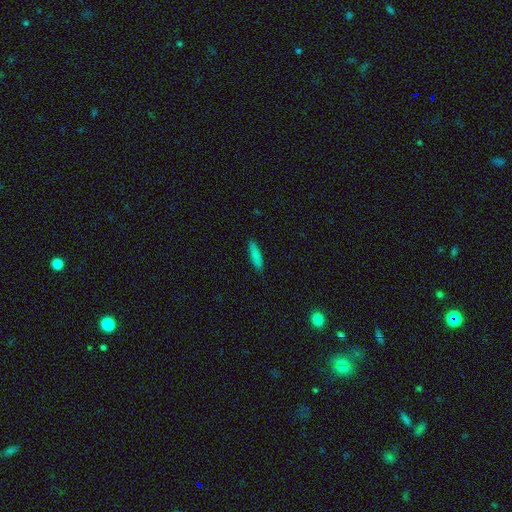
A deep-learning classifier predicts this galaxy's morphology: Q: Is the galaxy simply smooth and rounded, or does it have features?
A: smooth — 84%.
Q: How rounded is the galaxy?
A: cigar-shaped — 67%.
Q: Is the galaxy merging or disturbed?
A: none — 87%.